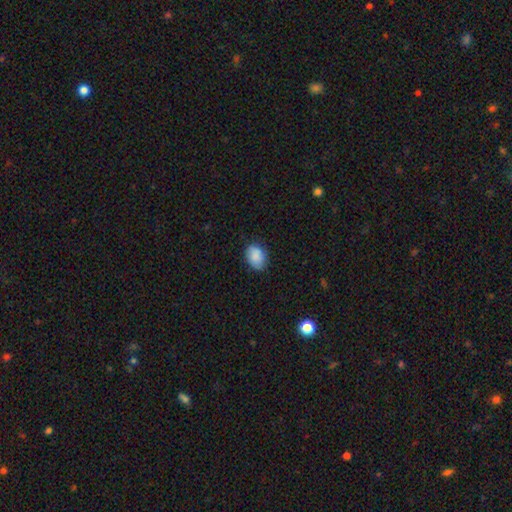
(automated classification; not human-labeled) Overall: smooth (85%). How rounded: in between (74%). Merging: none (74%).